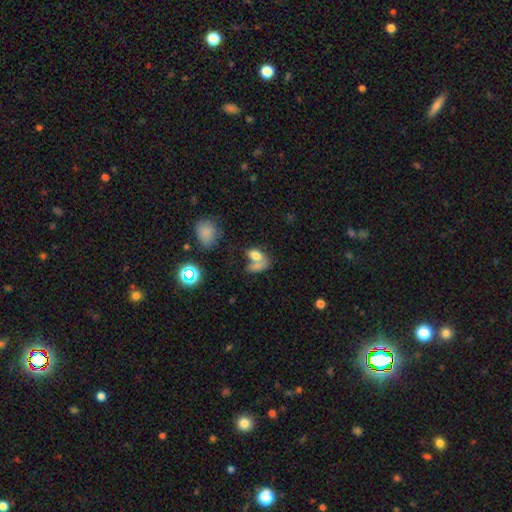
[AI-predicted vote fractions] Smooth or featured?
  - smooth: 72% *
  - featured or disk: 15%
  - star or artifact: 13%
How rounded?
  - in between: 80% *
  - round: 17%
  - cigar-shaped: 4%
Merging?
  - merger: 48% *
  - none: 29%
  - major disturbance: 12%
  - minor disturbance: 12%